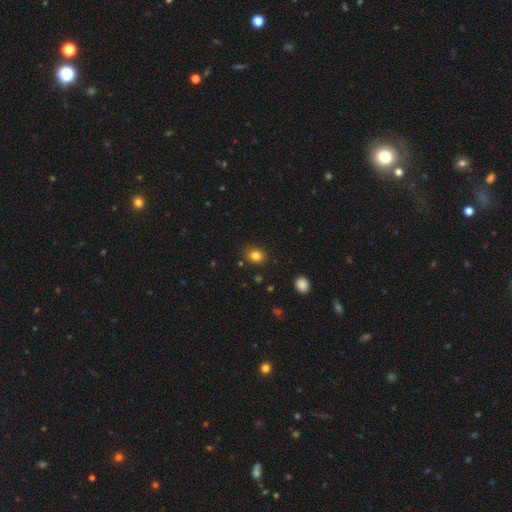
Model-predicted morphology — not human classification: This appears to be a smooth galaxy with no disk features (82%) that is round (57%). Merging: none (87%).